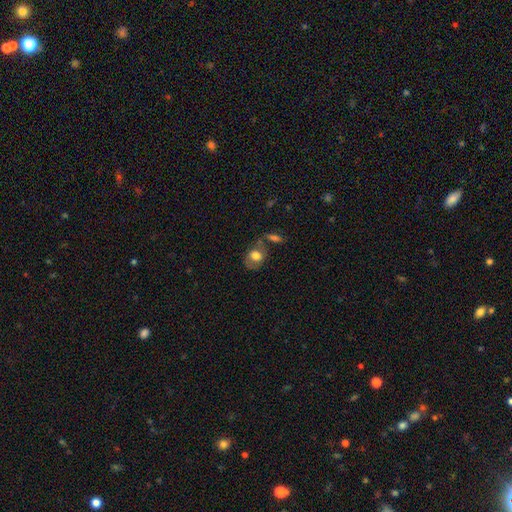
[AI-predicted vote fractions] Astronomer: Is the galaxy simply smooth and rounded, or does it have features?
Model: smooth — 66%.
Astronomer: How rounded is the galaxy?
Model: in between — 59% (runner-up: round, 40%).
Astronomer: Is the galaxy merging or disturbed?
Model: none — 54%.